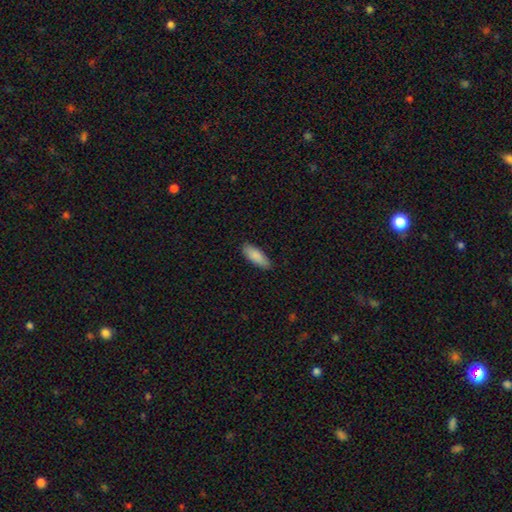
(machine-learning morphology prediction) The model was most divided on "how rounded": in between: 68%, cigar-shaped: 30%, round: 2%. More confident: smooth or featured — smooth (89%); merging — none (86%).